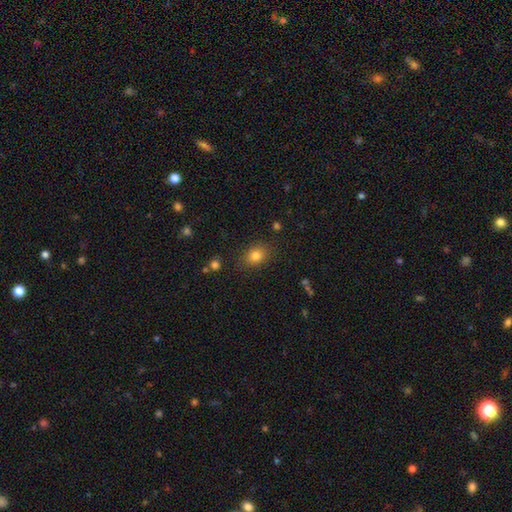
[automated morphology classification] Q: Smooth or featured?
A: smooth (82%); runner-up: star or artifact (11%)
Q: How rounded?
A: in between (55%); runner-up: round (44%)
Q: Merging?
A: none (82%); runner-up: minor disturbance (12%)